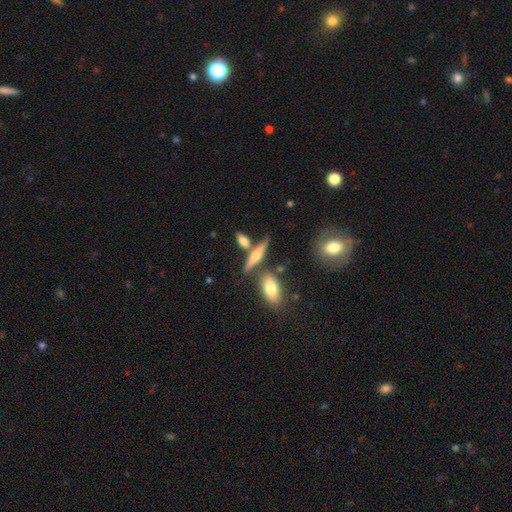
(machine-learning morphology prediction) Smooth or featured: featured or disk — 51% (smooth — 40%)
Edge-on disk: yes — 91% (no — 9%)
Merging: none — 66% (merger — 17%)